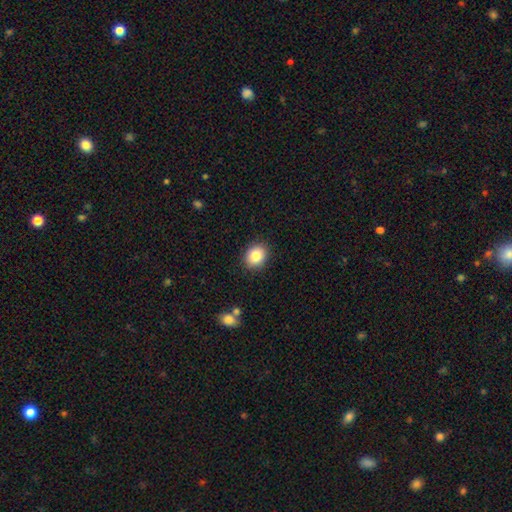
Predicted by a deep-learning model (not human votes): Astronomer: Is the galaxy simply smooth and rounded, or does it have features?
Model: smooth — 84%.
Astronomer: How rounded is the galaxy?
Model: round — 60% (runner-up: in between, 39%).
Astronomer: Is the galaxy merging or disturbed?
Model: none — 89%.